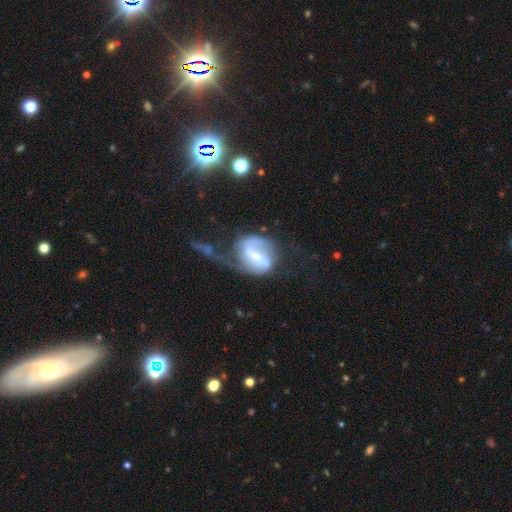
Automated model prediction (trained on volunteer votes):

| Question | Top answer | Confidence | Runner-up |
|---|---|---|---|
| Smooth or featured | featured or disk | 71% | smooth (21%) |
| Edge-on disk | no | 97% | yes (3%) |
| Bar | weak | 44% | strong (35%) |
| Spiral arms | yes | 87% | no (13%) |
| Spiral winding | medium | 40% | loose (39%) |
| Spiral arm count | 2 | 72% | 1 (14%) |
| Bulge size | small | 43% | moderate (30%) |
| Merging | major disturbance | 39% | none (32%) |